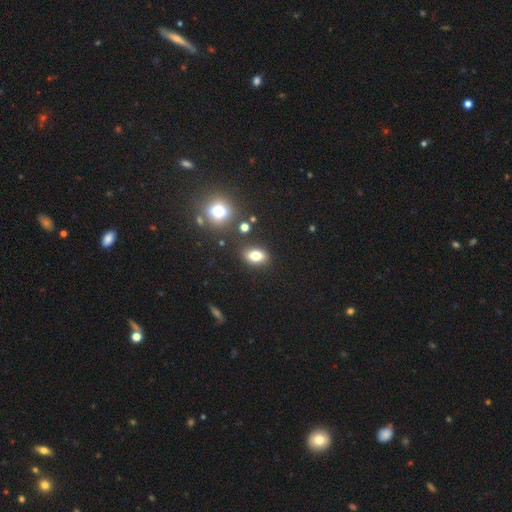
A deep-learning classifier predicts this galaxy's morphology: smooth-or-featured: smooth: 77% | star or artifact: 13% | featured or disk: 10%
  how-rounded: in between: 79% | round: 18% | cigar-shaped: 3%
  merging: none: 82% | minor disturbance: 10% | merger: 5% | major disturbance: 3%